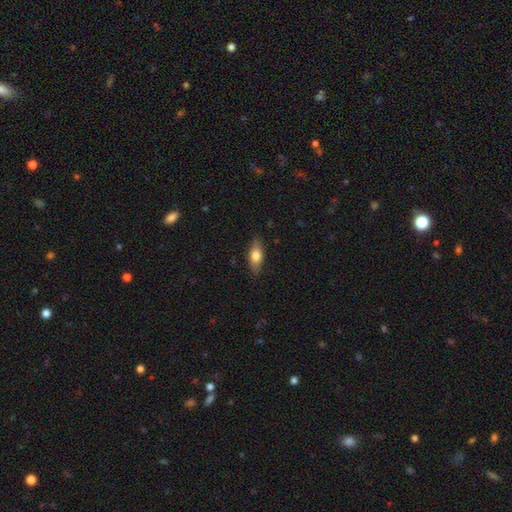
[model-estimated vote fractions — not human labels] smooth-or-featured: smooth: 71% | featured or disk: 23% | star or artifact: 6%
  how-rounded: in between: 75% | cigar-shaped: 21% | round: 4%
  merging: none: 86% | minor disturbance: 11% | major disturbance: 2% | merger: 1%